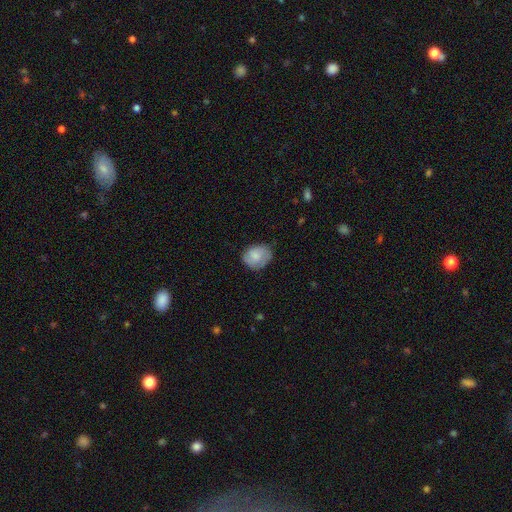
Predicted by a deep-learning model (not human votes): Overall: smooth (69%). How rounded: round (52%; in between 47%). Merging: none (68%).